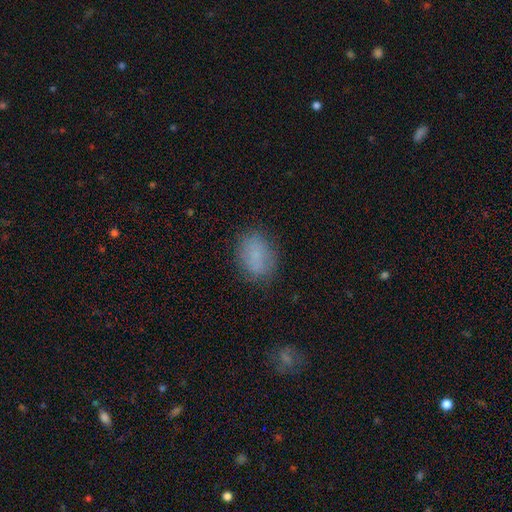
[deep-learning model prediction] This is likely a smooth galaxy (77%). How rounded: likely in between (74%). Merging: likely none (78%).